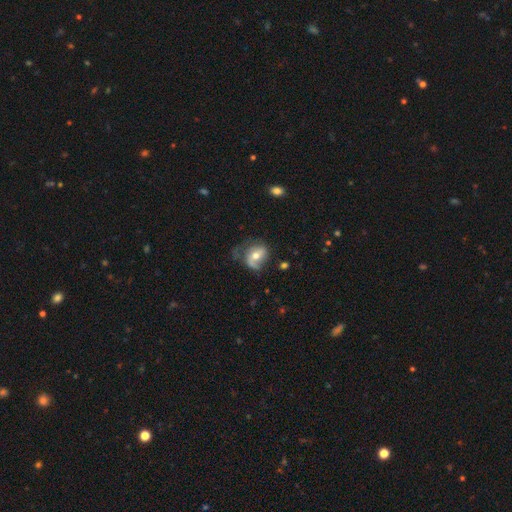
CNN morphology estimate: Smooth or featured? featured or disk (54%)
Edge-on disk? no (96%)
Bar? no (53%)
Spiral arms? yes (70%)
Bulge size? moderate (69%)
Merging? none (39%)